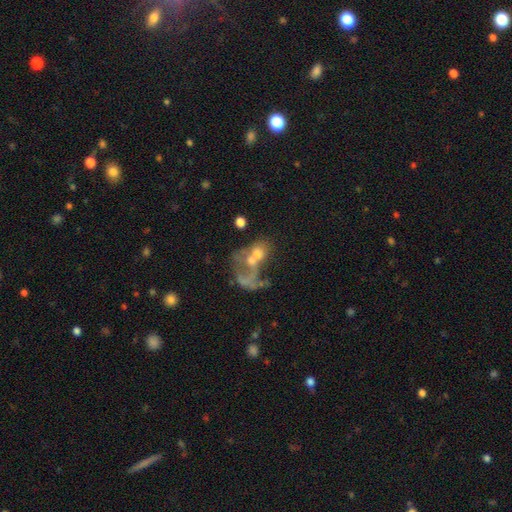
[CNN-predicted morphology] Smooth or featured? featured or disk (49%)
Merging? merger (50%)